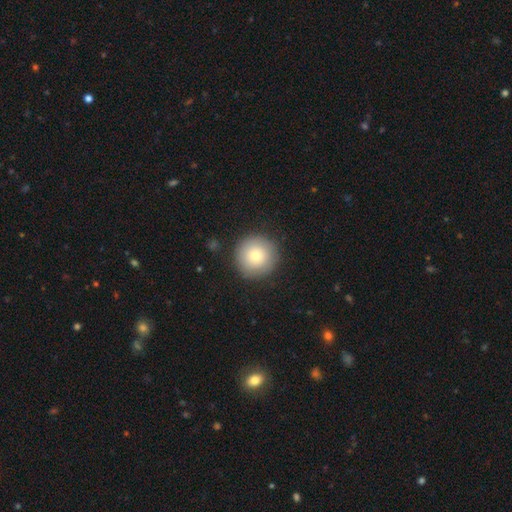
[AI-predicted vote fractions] This appears to be a smooth galaxy with no disk features (77%) that is round (96%). Merging: none (89%).